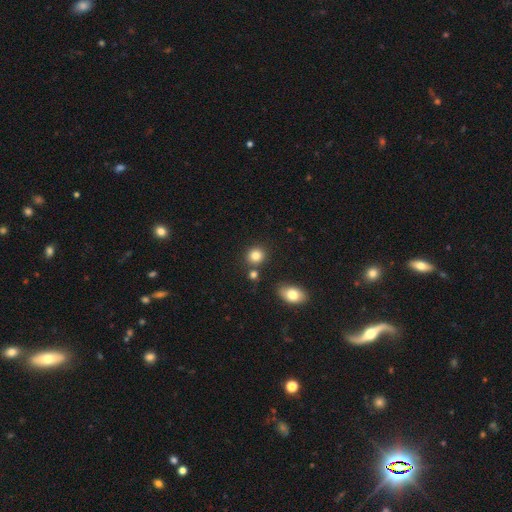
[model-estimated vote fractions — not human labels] smooth 84%, star or artifact 11%, featured or disk 6%. Down the decision tree: how rounded — round (81%); merging — none (80%).